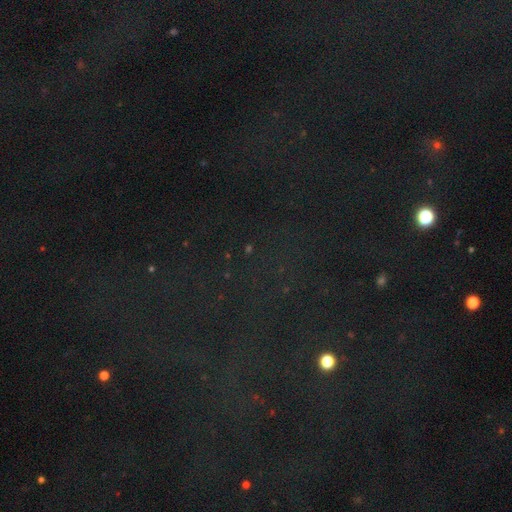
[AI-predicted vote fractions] smooth-or-featured: star or artifact: 78% | smooth: 14% | featured or disk: 8%